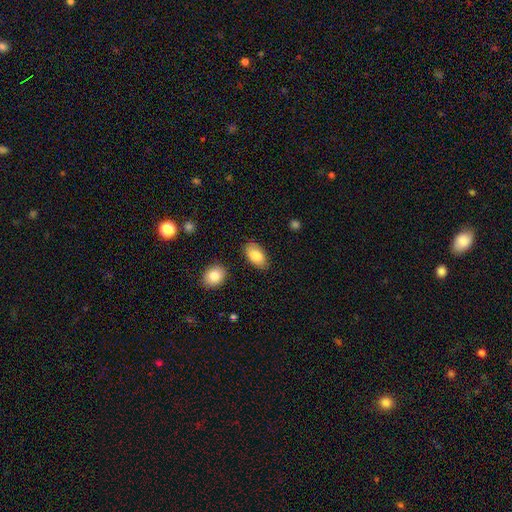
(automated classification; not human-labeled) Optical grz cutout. It shows a smooth galaxy with no disk features (83%) that is in between round and cigar-shaped (93%). Merging: none (83%).